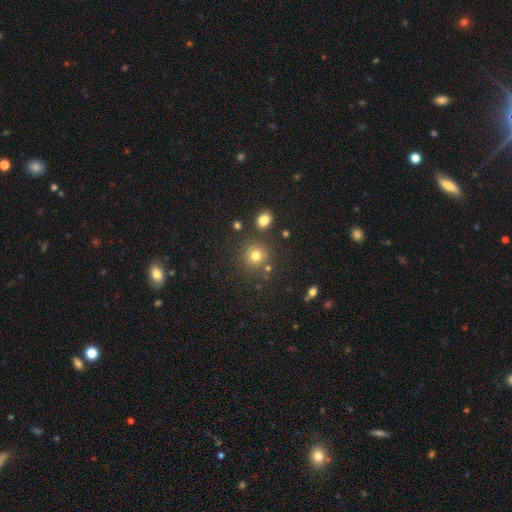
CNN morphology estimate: smooth-or-featured: smooth: 76% | star or artifact: 16% | featured or disk: 8%
  how-rounded: round: 91% | in between: 8% | cigar-shaped: 1%
  merging: none: 82% | minor disturbance: 9% | merger: 7% | major disturbance: 3%